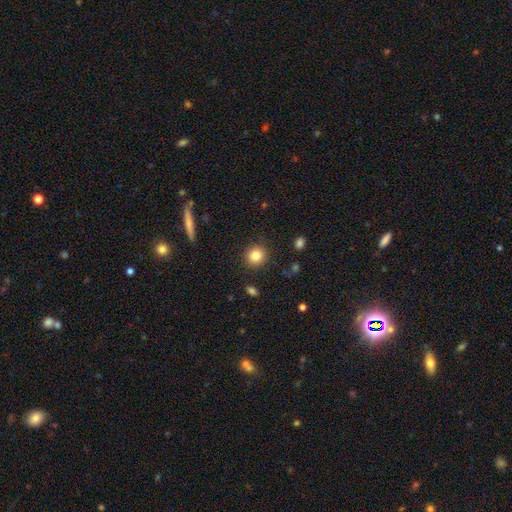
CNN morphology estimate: The model was most divided on "smooth or featured": smooth: 83%, star or artifact: 10%, featured or disk: 7%. More confident: merging — none (90%); how rounded — round (88%).